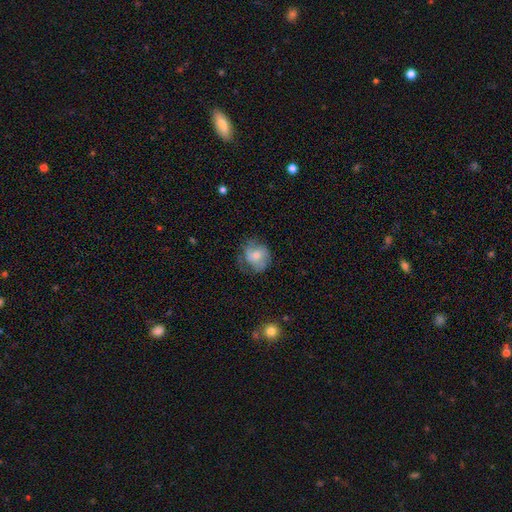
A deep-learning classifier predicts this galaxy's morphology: This is possibly a smooth galaxy (57%). How rounded: likely round (70%). Merging: possibly none (53%).